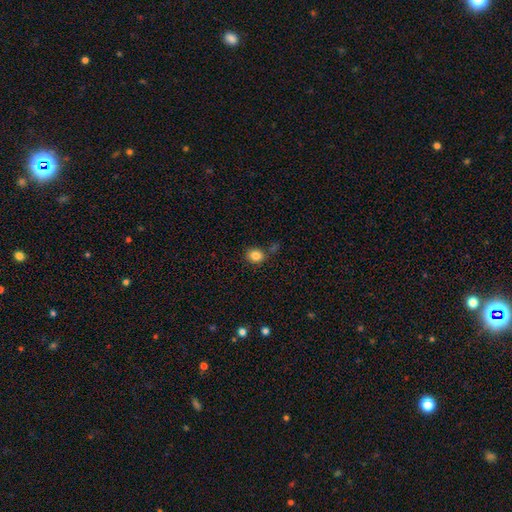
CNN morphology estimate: type=smooth (84%); roundness=round (69%); merging=none (75%).